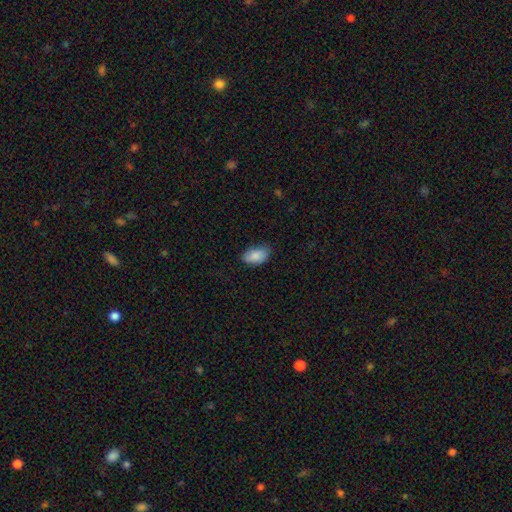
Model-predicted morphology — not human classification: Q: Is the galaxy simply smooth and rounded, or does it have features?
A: smooth — 87%.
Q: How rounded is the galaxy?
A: in between — 93%.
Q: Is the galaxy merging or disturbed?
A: none — 73%.